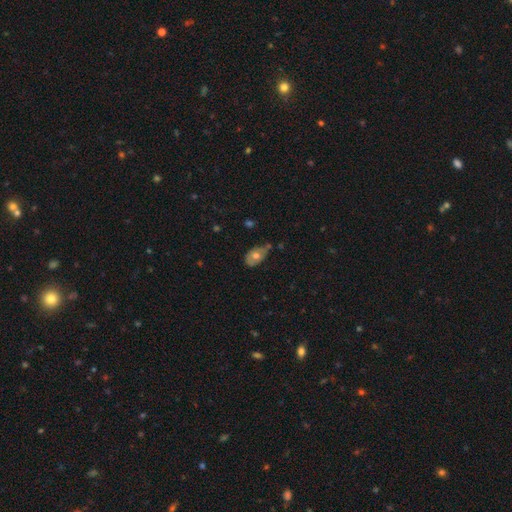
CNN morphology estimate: smooth 59%, featured or disk 33%, star or artifact 8%. Down the decision tree: how rounded — in between (87%); merging — none (42%).